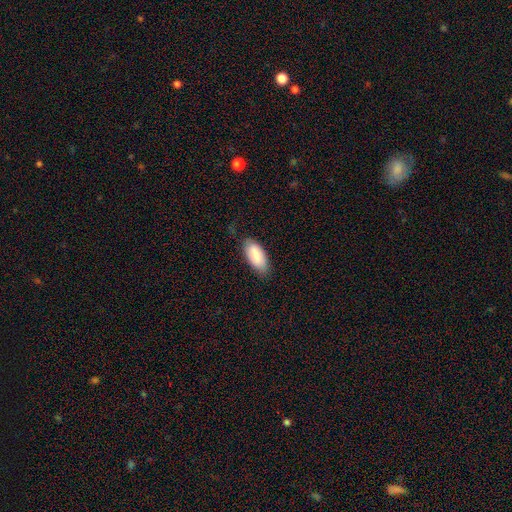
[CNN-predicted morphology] smooth_or_featured: smooth (p=0.84) [alt: featured or disk p=0.11]
how_rounded: in between (p=0.92) [alt: cigar-shaped p=0.07]
merging: none (p=0.76) [alt: minor disturbance p=0.19]